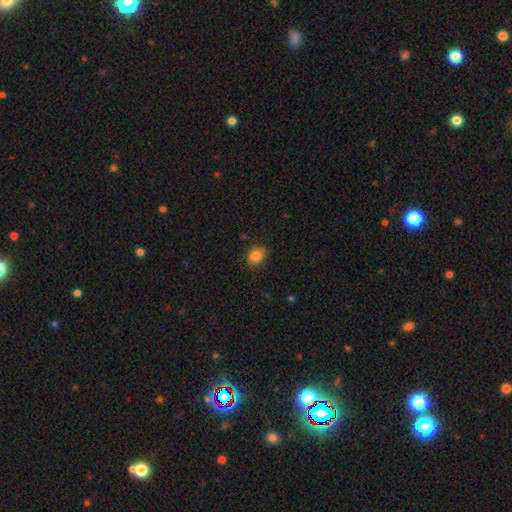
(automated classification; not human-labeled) smooth_or_featured: smooth (p=0.84) [alt: star or artifact p=0.11]
how_rounded: round (p=0.55) [alt: in between p=0.44]
merging: none (p=0.79) [alt: minor disturbance p=0.17]